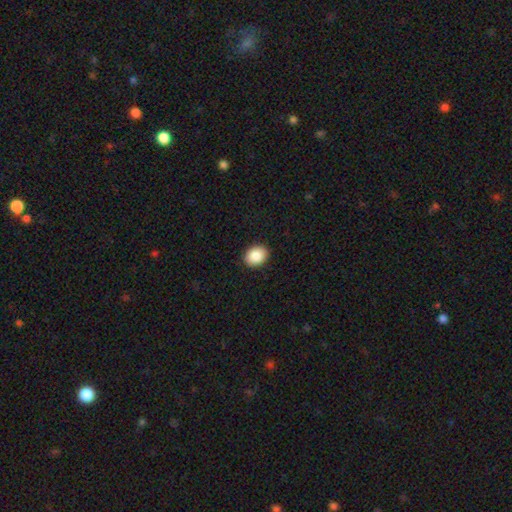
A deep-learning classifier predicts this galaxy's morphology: type=smooth (88%); roundness=in between (54%); merging=none (91%).